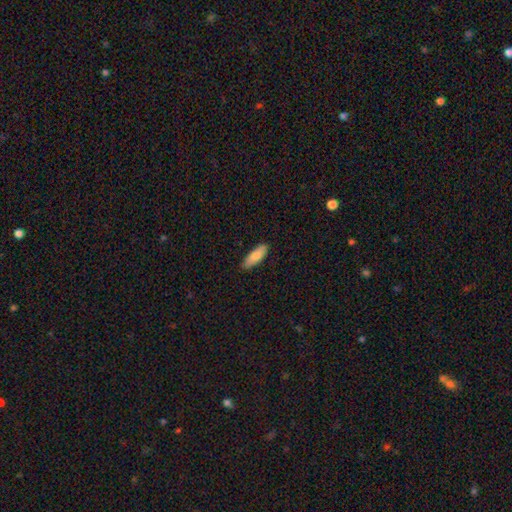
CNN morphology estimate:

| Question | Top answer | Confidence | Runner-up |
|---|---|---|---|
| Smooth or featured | smooth | 82% | featured or disk (12%) |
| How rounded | in between | 65% | cigar-shaped (33%) |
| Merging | none | 86% | minor disturbance (11%) |